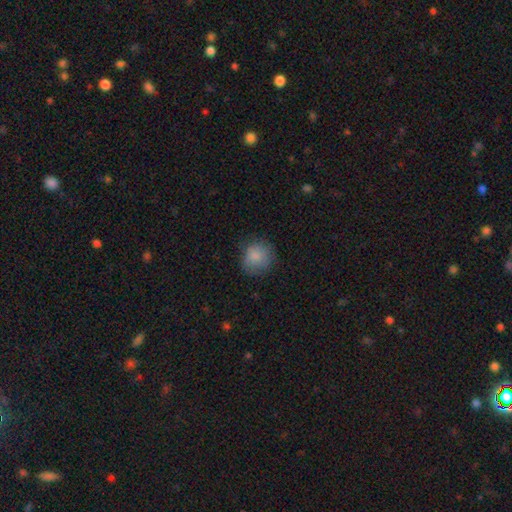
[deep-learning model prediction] This appears to be a smooth galaxy with no disk features (83%) that is round (85%). Merging: none (73%).